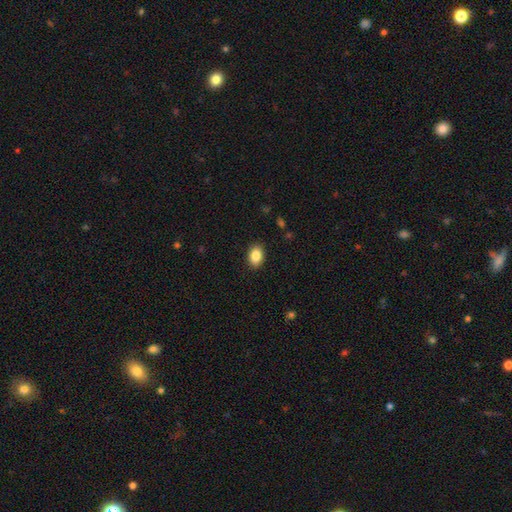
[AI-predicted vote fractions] Smooth or featured?
  - smooth: 87% *
  - star or artifact: 8%
  - featured or disk: 5%
How rounded?
  - in between: 82% *
  - round: 17%
  - cigar-shaped: 1%
Merging?
  - none: 89% *
  - minor disturbance: 8%
  - major disturbance: 2%
  - merger: 1%